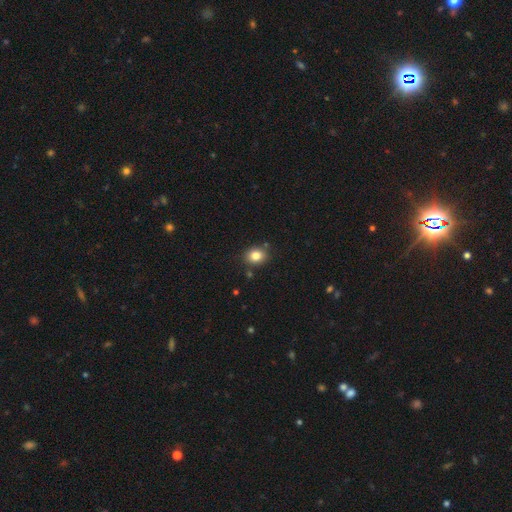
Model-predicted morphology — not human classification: A smooth galaxy with no disk features (83%) that is round (61%). Merging: none (83%).